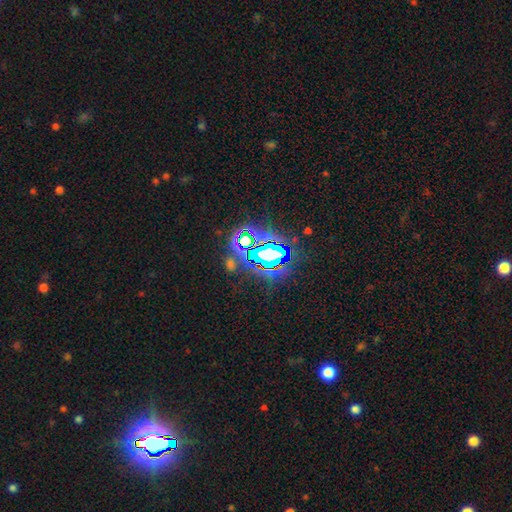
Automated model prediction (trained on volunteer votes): Smooth or featured?
  - star or artifact: 78% *
  - smooth: 13%
  - featured or disk: 9%